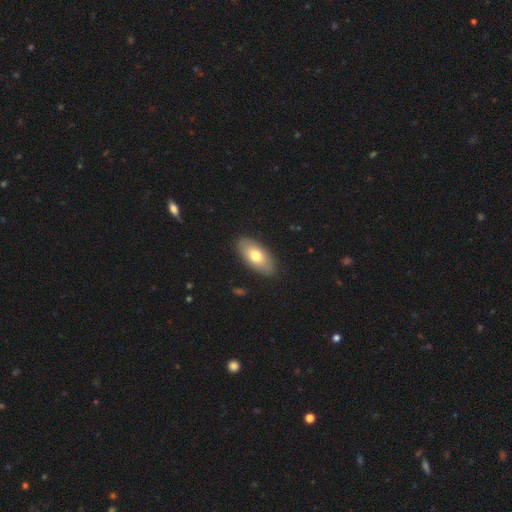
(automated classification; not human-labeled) A smooth galaxy with no disk features (72%) that is in between round and cigar-shaped (92%). Merging: none (88%).